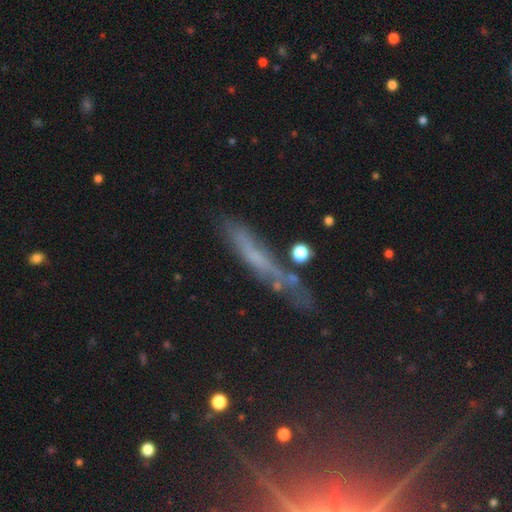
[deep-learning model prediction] This is marginally a smooth galaxy (40%). Merging: possibly none (55%).